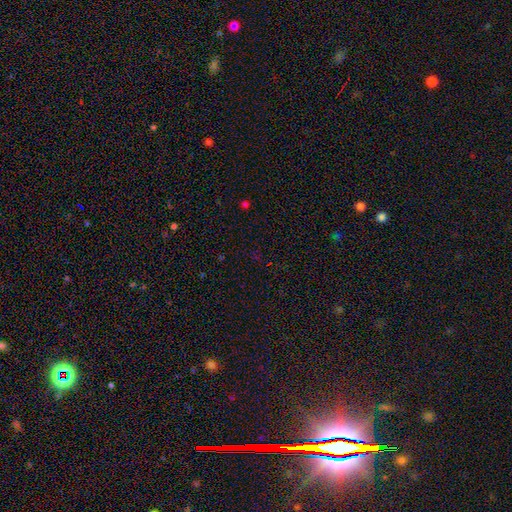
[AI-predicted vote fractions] Smooth or featured?
  - star or artifact: 67% *
  - smooth: 25%
  - featured or disk: 8%